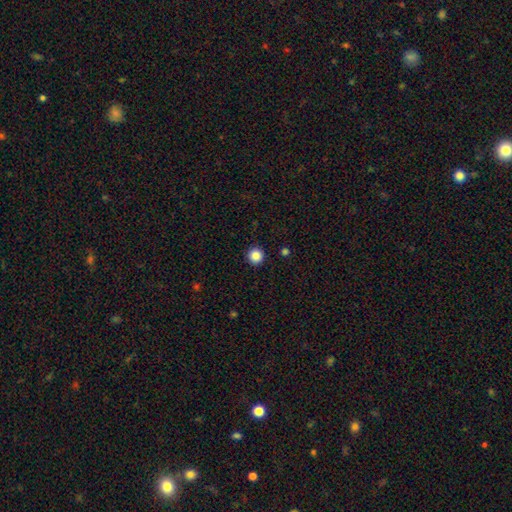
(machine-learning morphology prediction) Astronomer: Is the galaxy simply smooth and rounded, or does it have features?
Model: smooth — 87%.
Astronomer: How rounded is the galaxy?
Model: round — 96%.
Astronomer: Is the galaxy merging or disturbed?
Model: none — 93%.